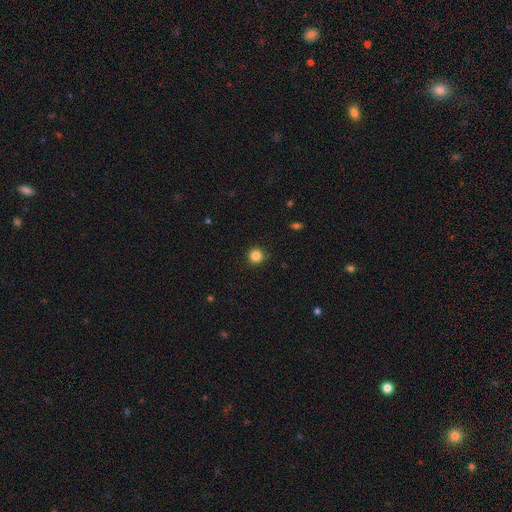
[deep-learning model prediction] Q: Smooth or featured?
A: smooth (85%); runner-up: star or artifact (11%)
Q: How rounded?
A: round (95%); runner-up: in between (4%)
Q: Merging?
A: none (90%); runner-up: minor disturbance (7%)